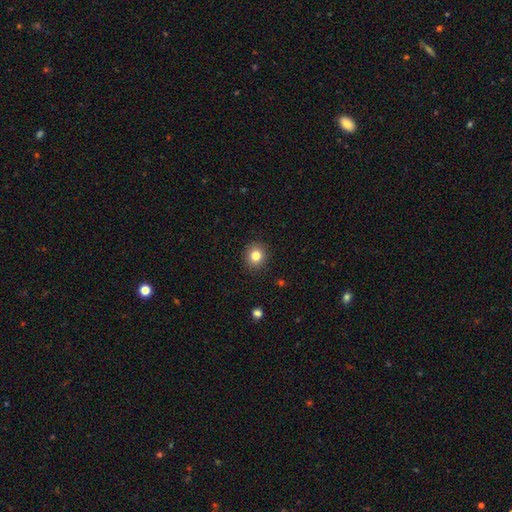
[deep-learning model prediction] Smooth or featured? Predicted: smooth (p=0.82). How rounded? Predicted: round (p=0.81). Merging? Predicted: none (p=0.90).